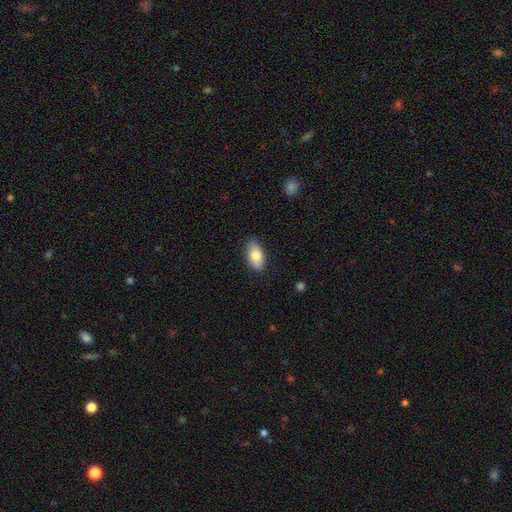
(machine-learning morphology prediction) This is clearly a smooth galaxy (80%). How rounded: clearly in between (92%). Merging: clearly none (83%).